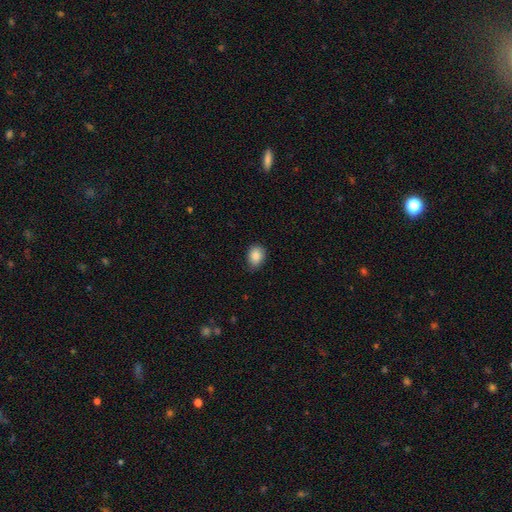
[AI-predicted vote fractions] The model was most divided on "how rounded": in between: 60%, round: 39%, cigar-shaped: 1%. More confident: smooth or featured — smooth (88%); merging — none (72%).